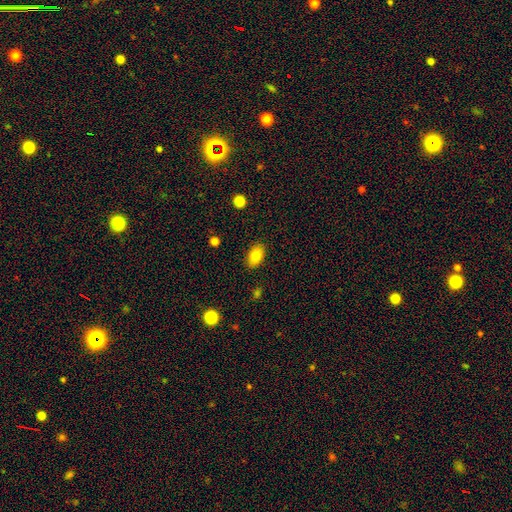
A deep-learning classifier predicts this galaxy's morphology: Smooth or featured? Predicted: smooth (p=0.83). How rounded? Predicted: in between (p=0.90). Merging? Predicted: none (p=0.88).